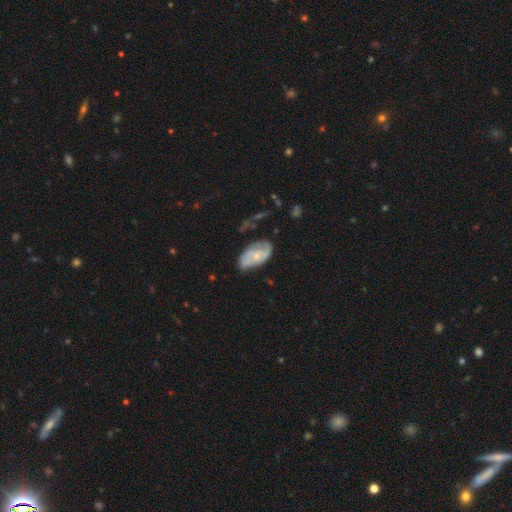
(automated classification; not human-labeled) This is likely a featured or disk galaxy (60%). It is clearly not viewed edge-on (94%). Bar: likely no (74%). Spiral arm pattern: likely yes (75%). Central bulge: likely small (61%). Merging: possibly none (50%).